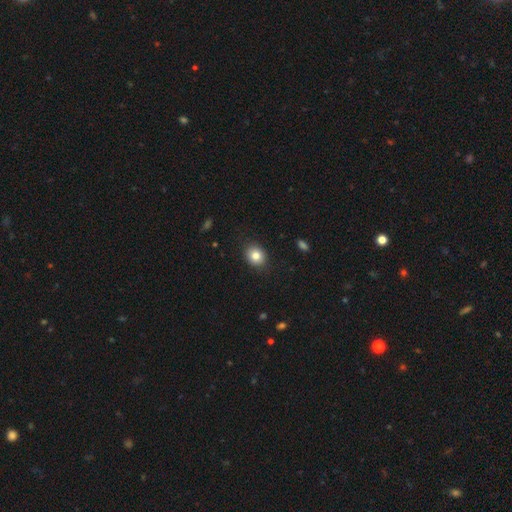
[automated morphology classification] Smooth or featured? Predicted: smooth (p=0.82). How rounded? Predicted: round (p=0.59). Merging? Predicted: none (p=0.87).